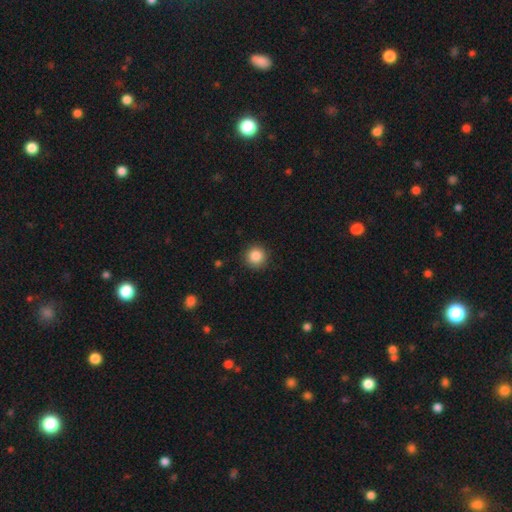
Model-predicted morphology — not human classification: Smooth or featured? smooth (86%)
How rounded? round (95%)
Merging? none (91%)